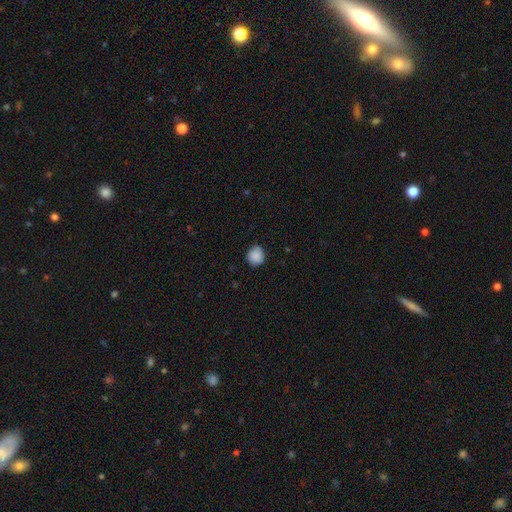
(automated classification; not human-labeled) smooth-or-featured: smooth: 88% | star or artifact: 8% | featured or disk: 4%
  how-rounded: round: 82% | in between: 17% | cigar-shaped: 1%
  merging: none: 81% | minor disturbance: 15% | major disturbance: 3% | merger: 1%